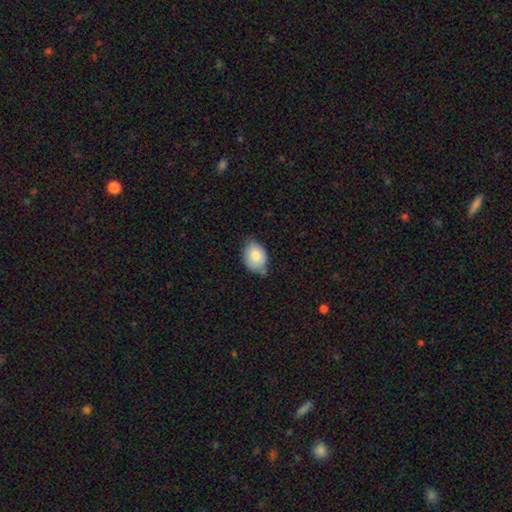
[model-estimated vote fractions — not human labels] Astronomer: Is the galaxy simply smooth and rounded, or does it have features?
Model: smooth — 82%.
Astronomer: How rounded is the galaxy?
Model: in between — 75%.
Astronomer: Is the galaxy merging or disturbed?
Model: none — 61%.